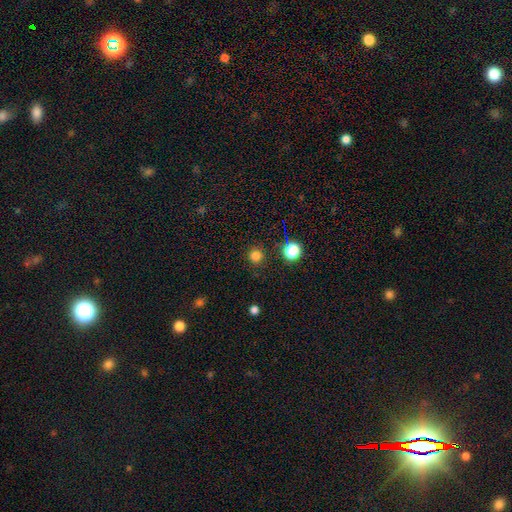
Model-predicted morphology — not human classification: Smooth or featured? smooth (80%)
How rounded? round (95%)
Merging? none (90%)